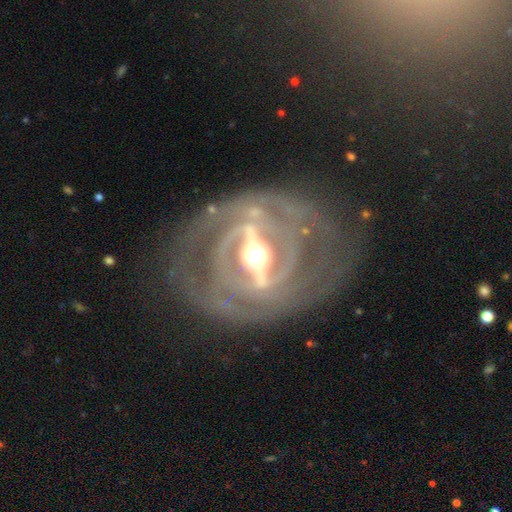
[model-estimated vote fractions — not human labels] This is clearly a featured or disk galaxy (91%). It is clearly not viewed edge-on (92%). Bar: clearly strong (80%). Spiral arm pattern: clearly yes (90%). Spiral arm count: possibly 2 (54%). Spiral winding: likely tight (63%). Central bulge: likely moderate (67%). Merging: likely none (71%).